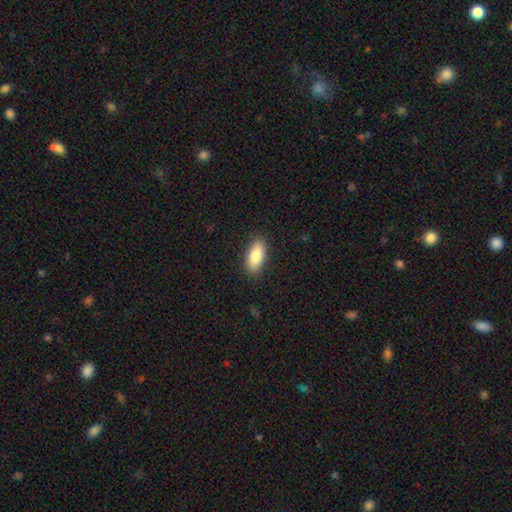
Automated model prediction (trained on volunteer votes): smooth_or_featured: smooth (p=0.83) [alt: featured or disk p=0.11]
how_rounded: in between (p=0.85) [alt: cigar-shaped p=0.12]
merging: none (p=0.88) [alt: minor disturbance p=0.09]